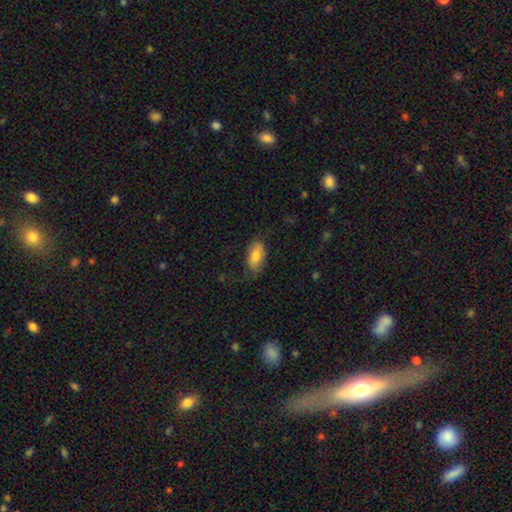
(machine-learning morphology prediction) Overall: smooth (74%). How rounded: in between (90%). Merging: none (74%).